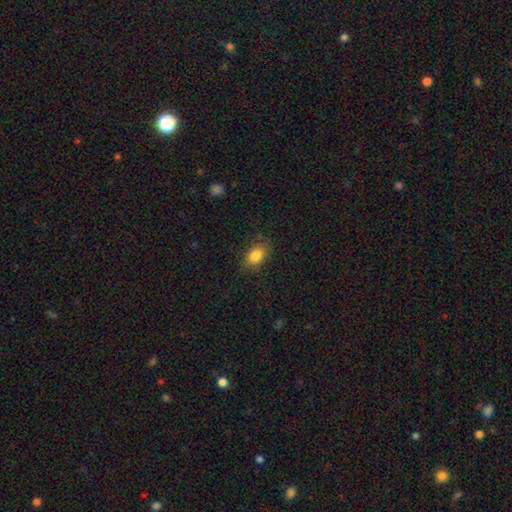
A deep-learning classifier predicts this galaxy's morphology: Q: Smooth or featured?
A: smooth (84%); runner-up: star or artifact (9%)
Q: How rounded?
A: in between (82%); runner-up: round (16%)
Q: Merging?
A: none (80%); runner-up: minor disturbance (15%)